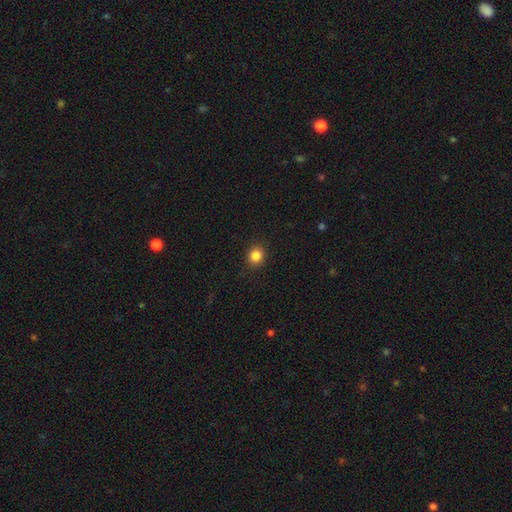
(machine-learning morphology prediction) This is clearly a smooth galaxy (85%). How rounded: clearly round (83%). Merging: clearly none (91%).